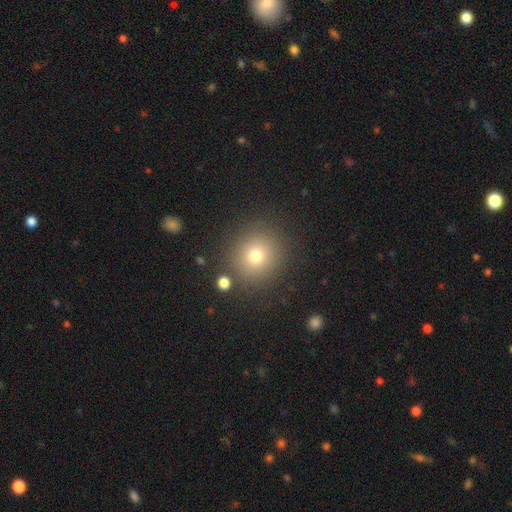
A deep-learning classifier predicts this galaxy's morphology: A smooth galaxy with no disk features (74%) that is round (89%). Merging: none (87%).